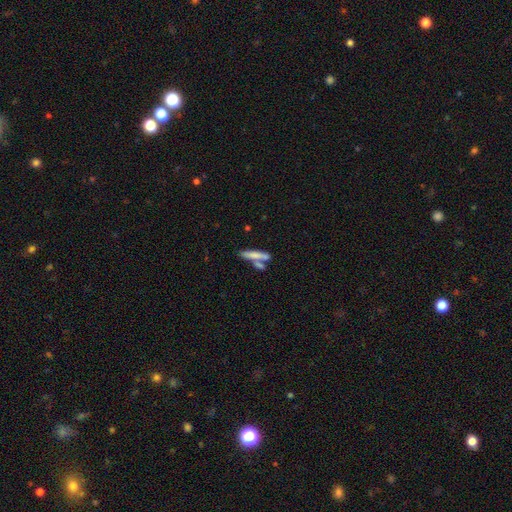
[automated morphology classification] Smooth or featured: smooth — 69% (featured or disk — 24%)
How rounded: cigar-shaped — 80% (in between — 17%)
Merging: none — 51% (merger — 34%)